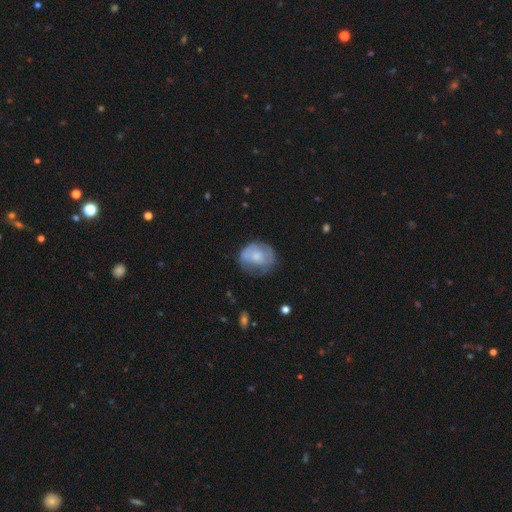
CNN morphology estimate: Smooth or featured? Predicted: smooth (p=0.54). How rounded? Predicted: round (p=0.68). Merging? Predicted: none (p=0.56).